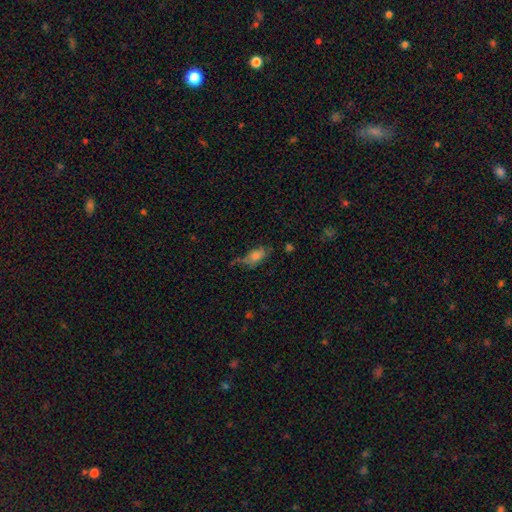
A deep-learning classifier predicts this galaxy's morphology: Q: Smooth or featured?
A: smooth (67%); runner-up: featured or disk (22%)
Q: How rounded?
A: in between (83%); runner-up: cigar-shaped (10%)
Q: Merging?
A: none (48%); runner-up: minor disturbance (30%)